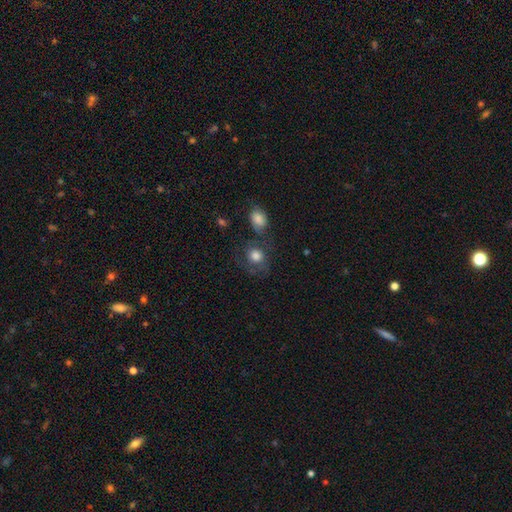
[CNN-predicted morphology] Smooth or featured? smooth (69%)
How rounded? round (72%)
Merging? none (53%)